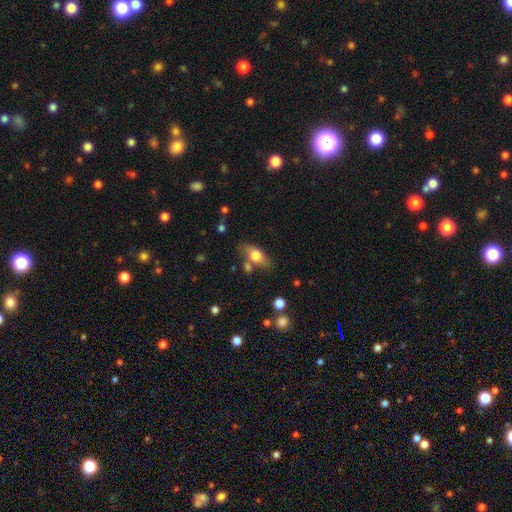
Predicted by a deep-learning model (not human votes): Smooth or featured? Predicted: smooth (p=0.73). How rounded? Predicted: in between (p=0.84). Merging? Predicted: none (p=0.69).